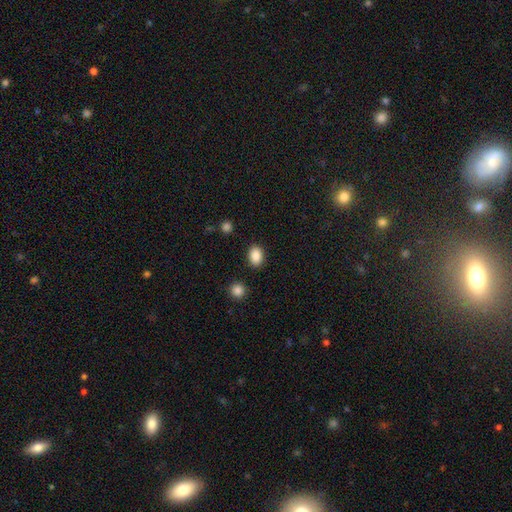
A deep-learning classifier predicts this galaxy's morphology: This is clearly a smooth galaxy (88%). How rounded: likely in between (75%). Merging: clearly none (88%).